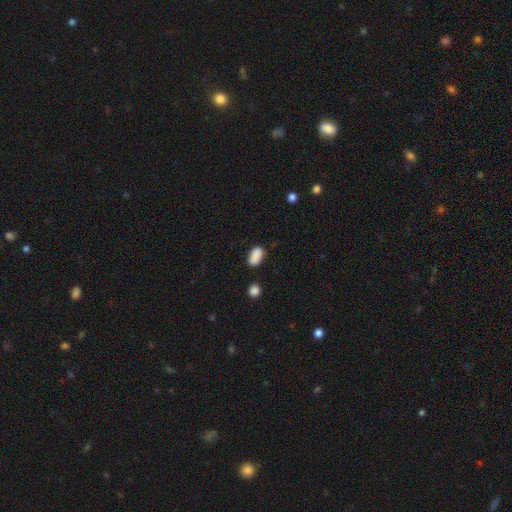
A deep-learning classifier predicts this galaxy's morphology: smooth-or-featured: smooth: 88% | star or artifact: 8% | featured or disk: 4%
  how-rounded: in between: 91% | round: 6% | cigar-shaped: 3%
  merging: none: 76% | minor disturbance: 16% | merger: 4% | major disturbance: 3%